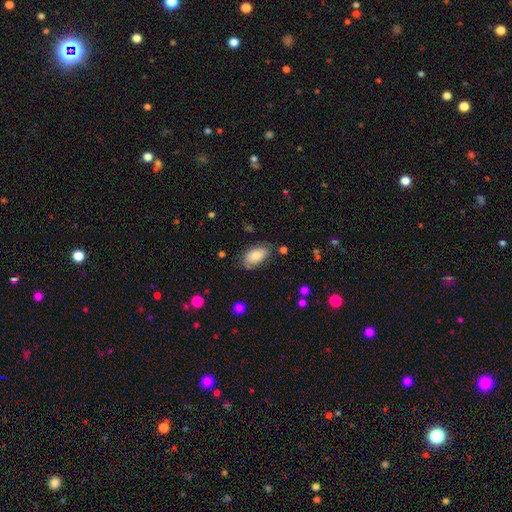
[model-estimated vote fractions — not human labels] A smooth galaxy with no disk features (81%) that is in between round and cigar-shaped (94%).

Vote fractions:
- Smooth or featured? smooth: 81% / featured or disk: 12% / star or artifact: 7%
- How rounded? in between: 94% / round: 4% / cigar-shaped: 3%
- Merging? none: 70% / minor disturbance: 22% / major disturbance: 5% / merger: 3%